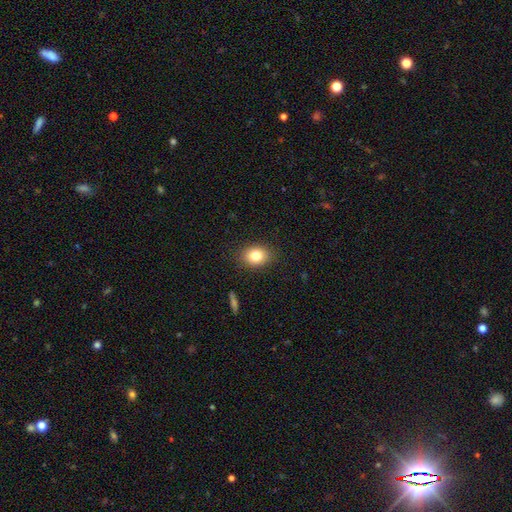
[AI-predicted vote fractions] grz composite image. It shows a smooth galaxy with no disk features (81%) that is in between round and cigar-shaped (60%). Merging: none (87%).